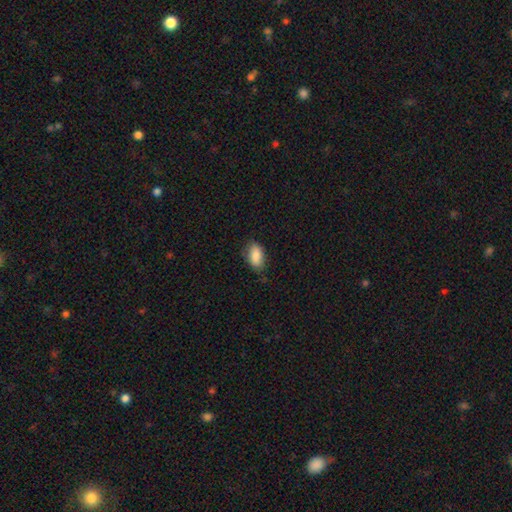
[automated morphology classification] Smooth or featured? Predicted: smooth (p=0.87). How rounded? Predicted: in between (p=0.91). Merging? Predicted: none (p=0.76).